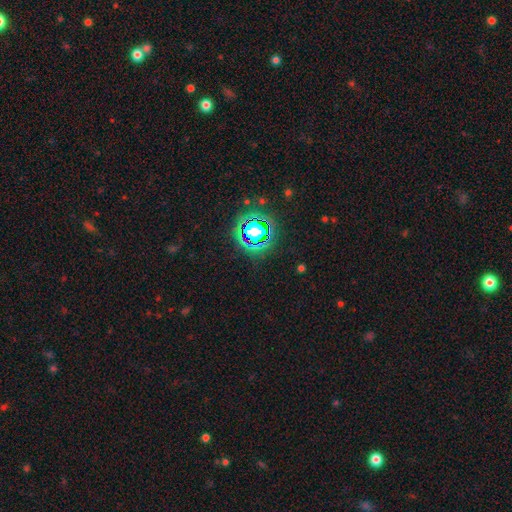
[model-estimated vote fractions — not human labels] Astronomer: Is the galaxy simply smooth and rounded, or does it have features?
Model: star or artifact — 80%.